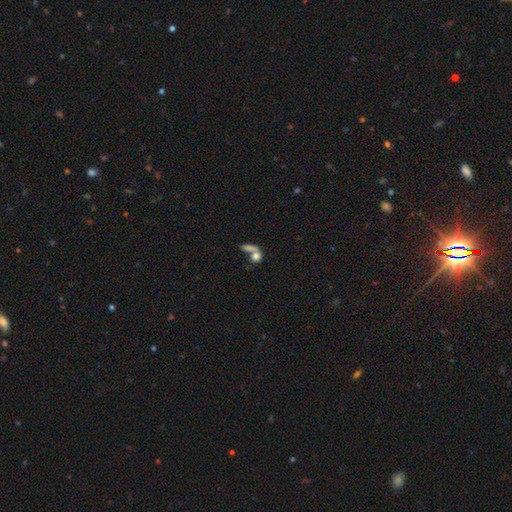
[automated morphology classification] This is marginally a smooth galaxy (40%). Merging: marginally none (44%).